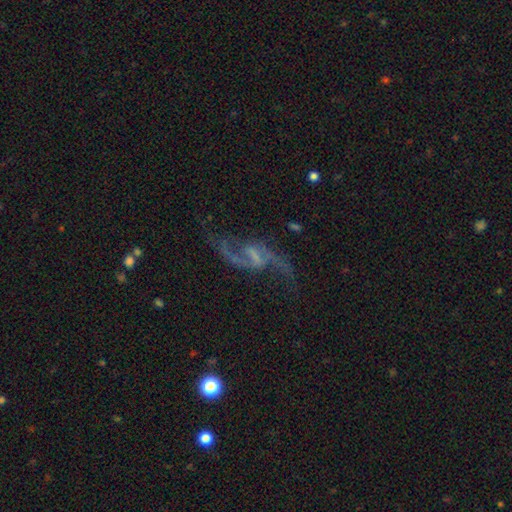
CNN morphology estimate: The model was most divided on "bar": weak: 48%, strong: 37%, no: 15%. More confident: edge-on disk — no (96%); spiral arms — yes (95%); spiral arm count — 2 (93%); smooth or featured — featured or disk (88%); spiral winding — loose (75%); merging — none (69%); bulge size — none (56%).